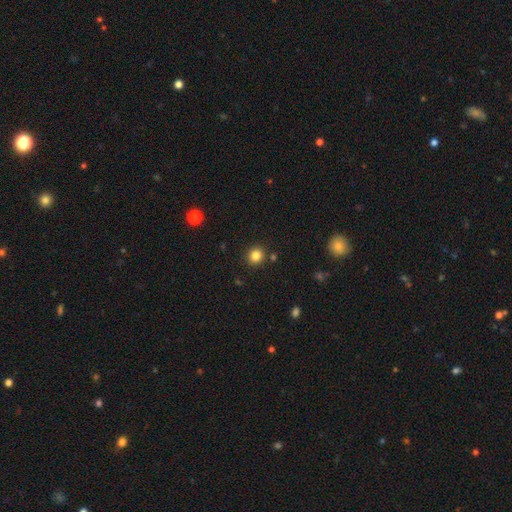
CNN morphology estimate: Smooth or featured? smooth (84%)
How rounded? round (88%)
Merging? none (87%)